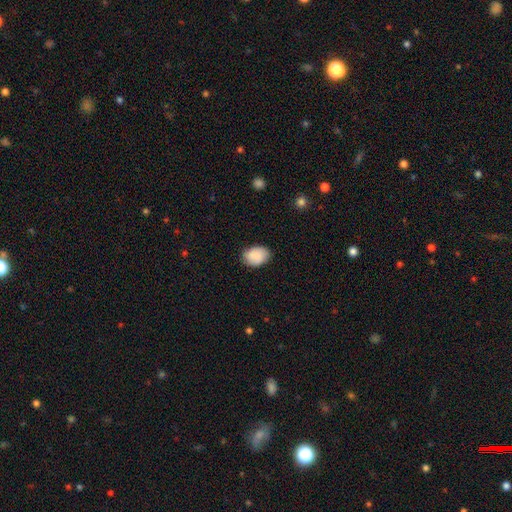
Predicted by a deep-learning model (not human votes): This is clearly a smooth galaxy (87%). How rounded: likely in between (78%). Merging: clearly none (81%).